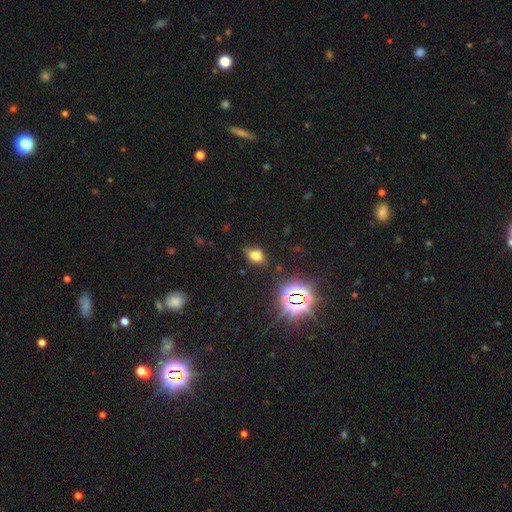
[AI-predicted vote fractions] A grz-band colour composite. It shows a smooth galaxy with no disk features (62%) that is in between round and cigar-shaped (77%). Merging: none (74%).